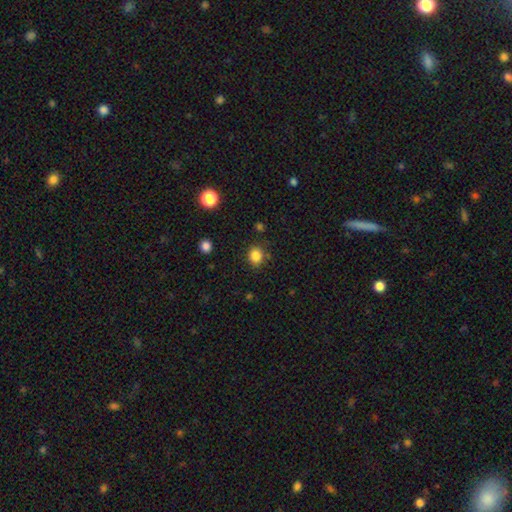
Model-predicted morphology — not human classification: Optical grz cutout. It shows a smooth galaxy with no disk features (84%) that is round (72%). Merging: none (82%).